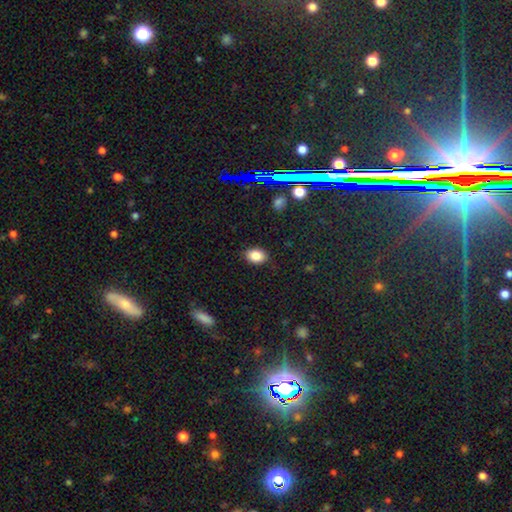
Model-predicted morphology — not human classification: smooth-or-featured: smooth: 84% | star or artifact: 11% | featured or disk: 5%
  how-rounded: in between: 77% | round: 22% | cigar-shaped: 1%
  merging: none: 86% | minor disturbance: 10% | major disturbance: 3% | merger: 1%